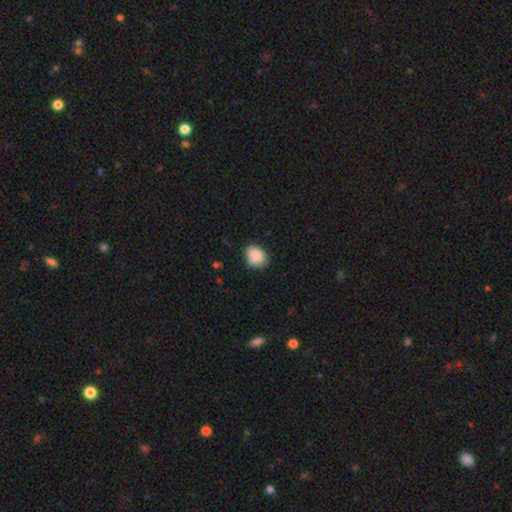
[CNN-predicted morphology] A smooth galaxy with no disk features (88%) that is round (51%). Merging: none (79%).